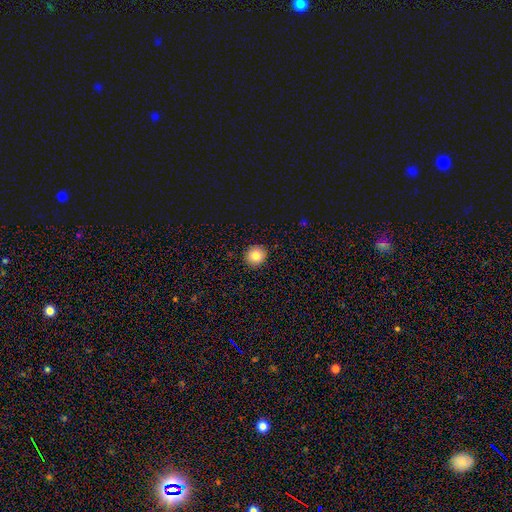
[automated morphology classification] The model was most divided on "smooth or featured": smooth: 82%, star or artifact: 10%, featured or disk: 8%. More confident: merging — none (92%); how rounded — round (91%).